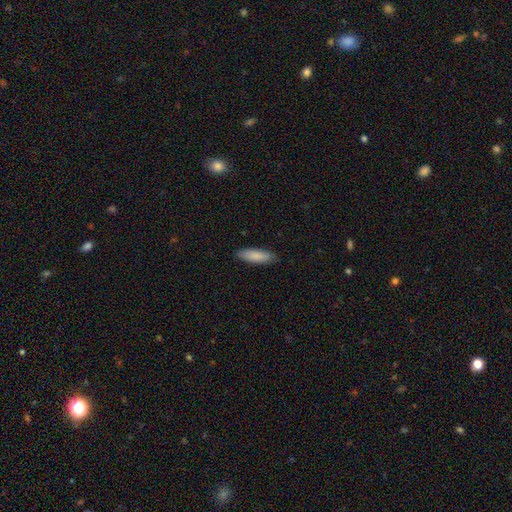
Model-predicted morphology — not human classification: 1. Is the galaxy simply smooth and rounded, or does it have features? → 87% smooth, 7% featured or disk, 5% star or artifact.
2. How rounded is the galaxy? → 53% in between, 46% cigar-shaped, 1% round.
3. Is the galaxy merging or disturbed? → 87% none, 10% minor disturbance, 2% major disturbance, 1% merger.